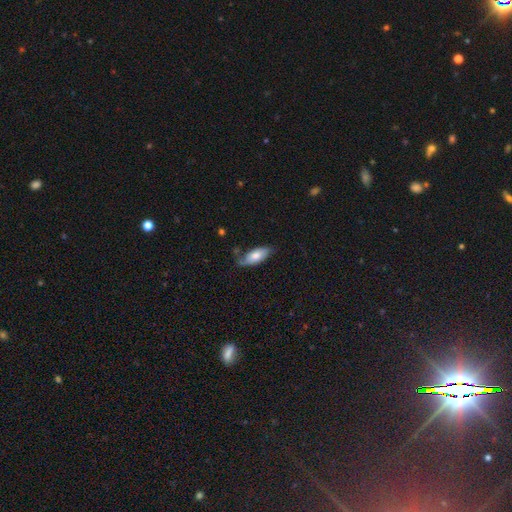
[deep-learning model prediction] Smooth or featured: smooth — 67% (featured or disk — 27%)
How rounded: in between — 84% (cigar-shaped — 13%)
Merging: none — 59% (minor disturbance — 30%)